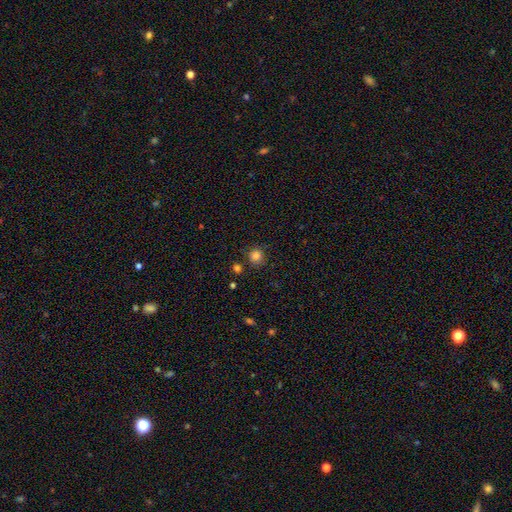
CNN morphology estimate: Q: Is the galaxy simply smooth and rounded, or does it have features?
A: smooth — 83%.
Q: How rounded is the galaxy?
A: round — 94%.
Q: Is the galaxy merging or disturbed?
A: none — 85%.